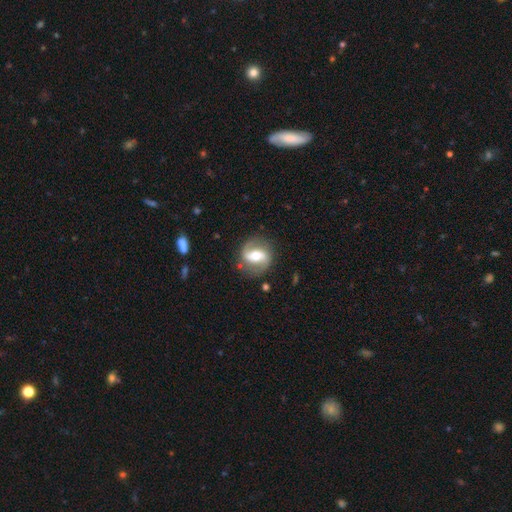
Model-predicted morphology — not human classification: Smooth or featured? featured or disk (76%)
Edge-on disk? no (96%)
Bar? strong (40%)
Spiral arms? yes (87%)
Spiral winding? medium (43%)
Spiral arm count? 2 (88%)
Bulge size? moderate (71%)
Merging? none (81%)